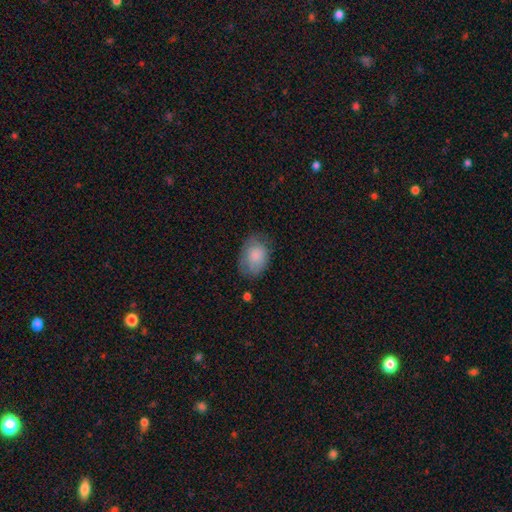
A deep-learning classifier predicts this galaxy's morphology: smooth-or-featured: smooth: 82% | featured or disk: 12% | star or artifact: 7%
  how-rounded: in between: 78% | round: 21% | cigar-shaped: 1%
  merging: none: 64% | minor disturbance: 26% | major disturbance: 8% | merger: 2%